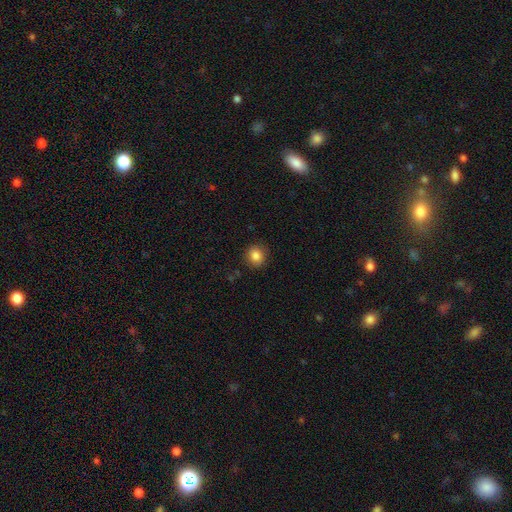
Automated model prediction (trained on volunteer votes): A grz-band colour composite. It shows a smooth galaxy with no disk features (85%) that is round (84%). Merging: none (88%).